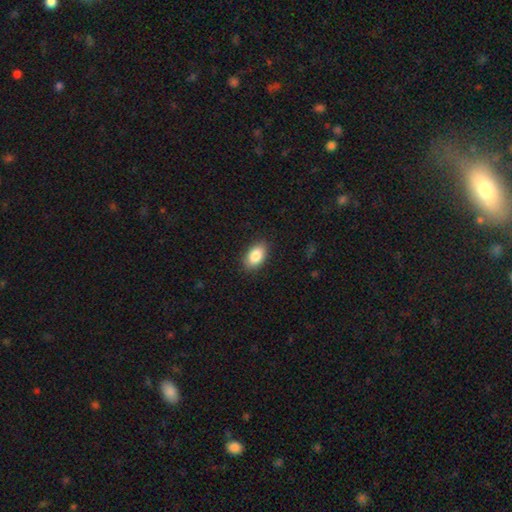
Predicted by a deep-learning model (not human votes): Smooth or featured? smooth (87%)
How rounded? in between (92%)
Merging? none (88%)